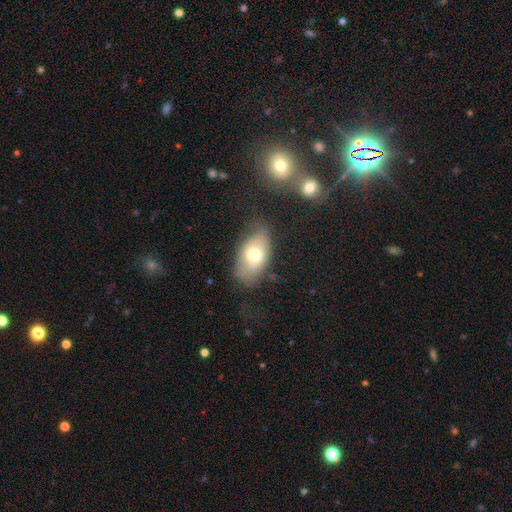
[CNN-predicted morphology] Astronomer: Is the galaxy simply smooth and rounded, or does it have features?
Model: smooth — 65%.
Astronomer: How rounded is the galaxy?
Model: in between — 90%.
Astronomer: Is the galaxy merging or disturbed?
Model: none — 58%.